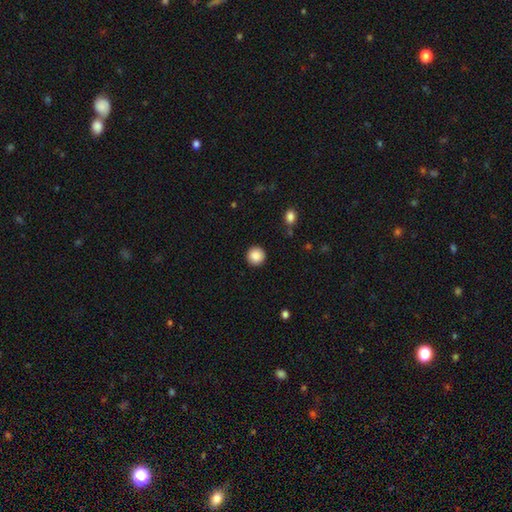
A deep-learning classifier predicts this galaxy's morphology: This appears to be a smooth galaxy with no disk features (88%) that is round (95%). Merging: none (91%).